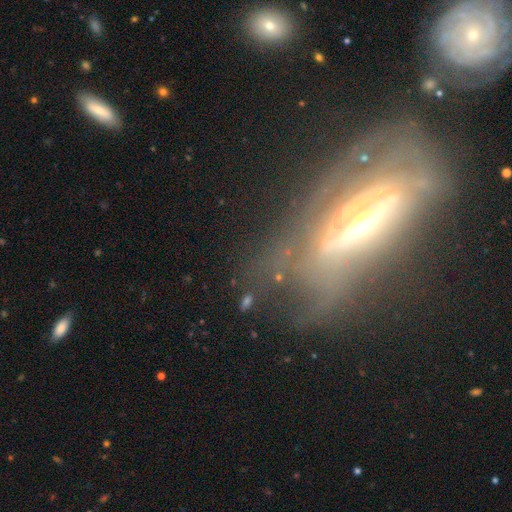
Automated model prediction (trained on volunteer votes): Smooth or featured: featured or disk — 72% (smooth — 16%)
Edge-on disk: no — 50% (tied with yes — 50%)
Merging: none — 53% (major disturbance — 25%)